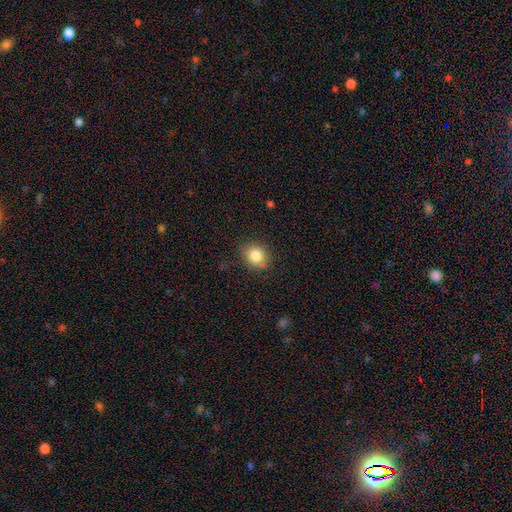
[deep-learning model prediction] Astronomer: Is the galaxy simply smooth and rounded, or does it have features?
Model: smooth — 83%.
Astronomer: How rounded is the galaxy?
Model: round — 62%.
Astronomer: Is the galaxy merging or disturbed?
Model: none — 83%.